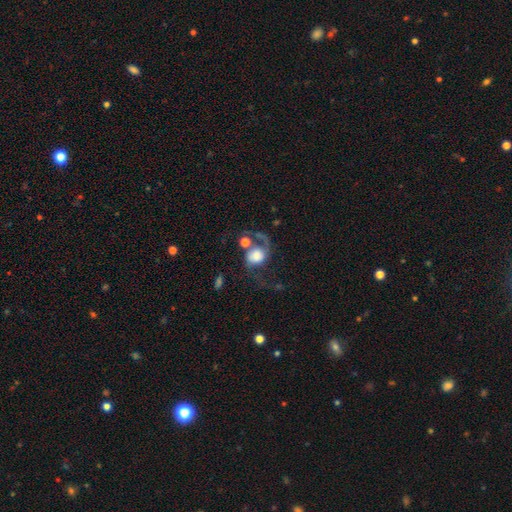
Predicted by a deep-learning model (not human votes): Smooth or featured? featured or disk (59%)
Edge-on disk? no (97%)
Bar? no (73%)
Spiral arms? yes (88%)
Spiral winding? loose (72%)
Spiral arm count? 2 (57%)
Bulge size? large (38%)
Merging? major disturbance (32%, tied with none)